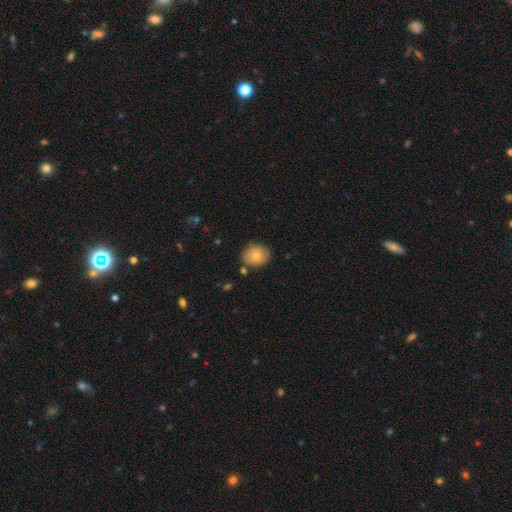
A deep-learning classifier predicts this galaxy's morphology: type=smooth (75%); roundness=round (64%); merging=none (77%).